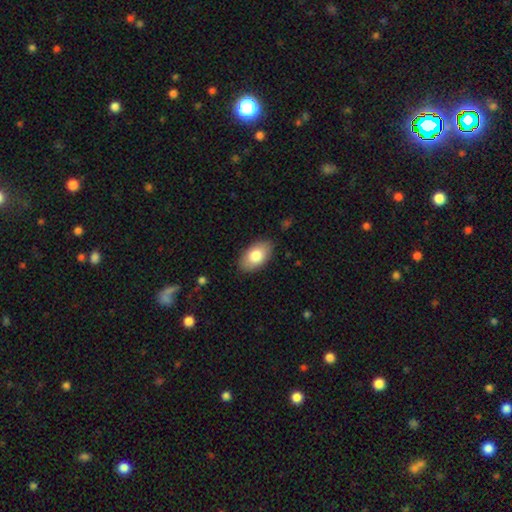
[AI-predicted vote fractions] A smooth galaxy with no disk features (80%) that is in between round and cigar-shaped (94%). Merging: none (85%).